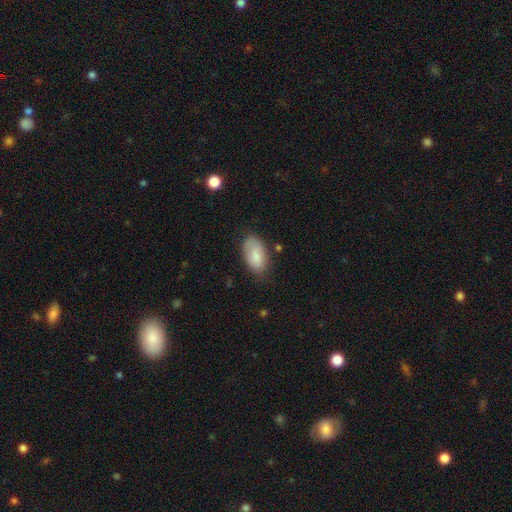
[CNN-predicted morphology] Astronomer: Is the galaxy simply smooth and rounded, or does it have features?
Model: smooth — 83%.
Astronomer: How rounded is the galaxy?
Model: in between — 94%.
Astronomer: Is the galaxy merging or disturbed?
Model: none — 71%.